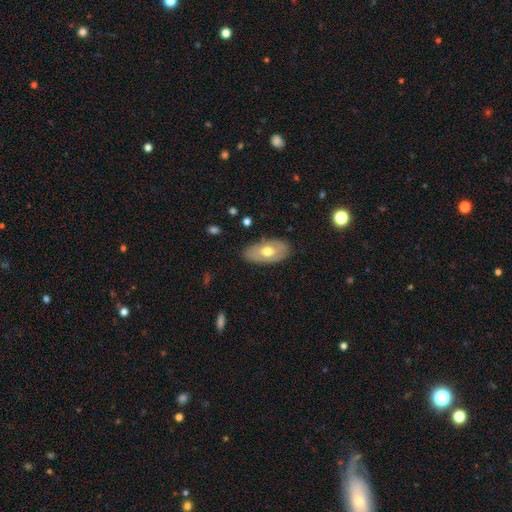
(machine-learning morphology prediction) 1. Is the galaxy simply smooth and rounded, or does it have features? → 48% smooth, 43% featured or disk, 8% star or artifact.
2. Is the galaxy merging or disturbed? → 84% none, 12% minor disturbance, 3% major disturbance, 1% merger.